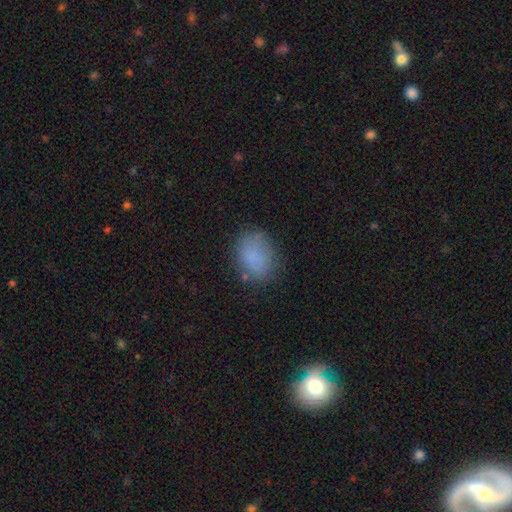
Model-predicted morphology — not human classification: smooth-or-featured: smooth: 81% | star or artifact: 10% | featured or disk: 8%
  how-rounded: in between: 63% | round: 36% | cigar-shaped: 1%
  merging: none: 74% | minor disturbance: 18% | major disturbance: 6% | merger: 2%